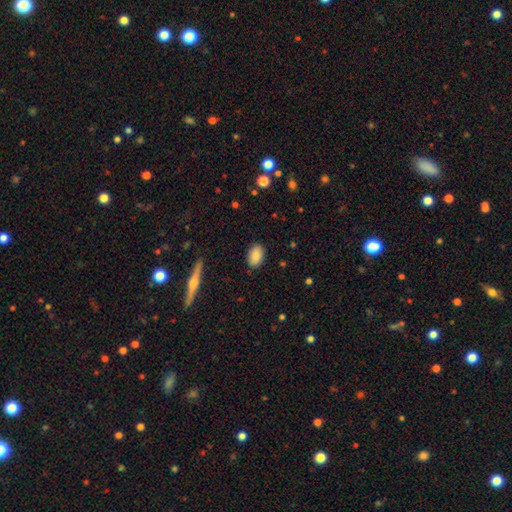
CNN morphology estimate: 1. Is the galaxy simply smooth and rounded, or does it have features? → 87% smooth, 7% star or artifact, 6% featured or disk.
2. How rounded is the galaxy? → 90% in between, 8% round, 2% cigar-shaped.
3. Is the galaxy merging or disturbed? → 87% none, 9% minor disturbance, 2% major disturbance, 1% merger.